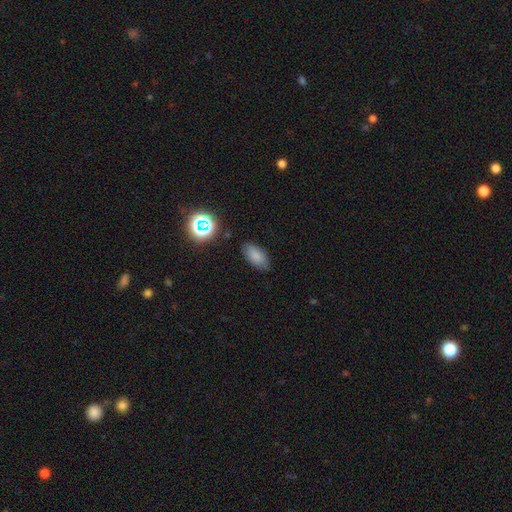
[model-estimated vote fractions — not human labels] smooth-or-featured: smooth: 81% | star or artifact: 12% | featured or disk: 7%
  how-rounded: in between: 91% | cigar-shaped: 5% | round: 4%
  merging: none: 82% | minor disturbance: 13% | major disturbance: 3% | merger: 2%